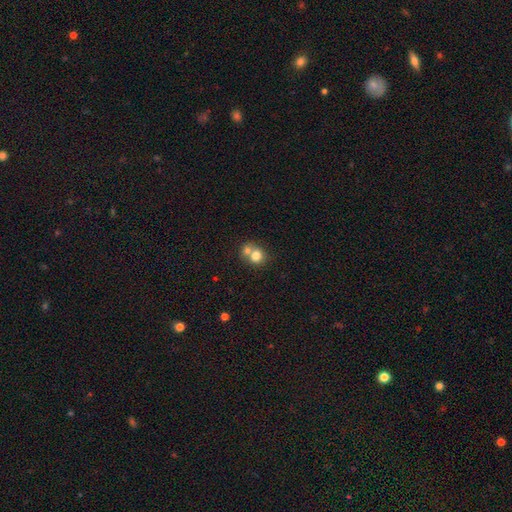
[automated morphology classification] Smooth or featured: smooth — 76% (featured or disk — 14%)
How rounded: round — 77% (in between — 22%)
Merging: merger — 53% (none — 37%)